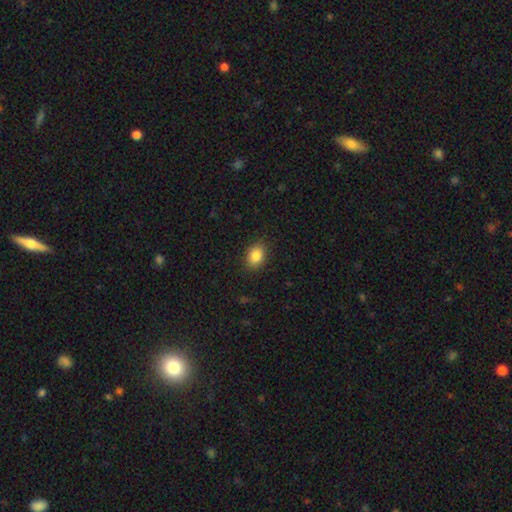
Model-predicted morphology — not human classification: Smooth or featured?
  - smooth: 86% *
  - star or artifact: 9%
  - featured or disk: 5%
How rounded?
  - in between: 69% *
  - round: 30%
  - cigar-shaped: 1%
Merging?
  - none: 88% *
  - minor disturbance: 9%
  - major disturbance: 2%
  - merger: 1%